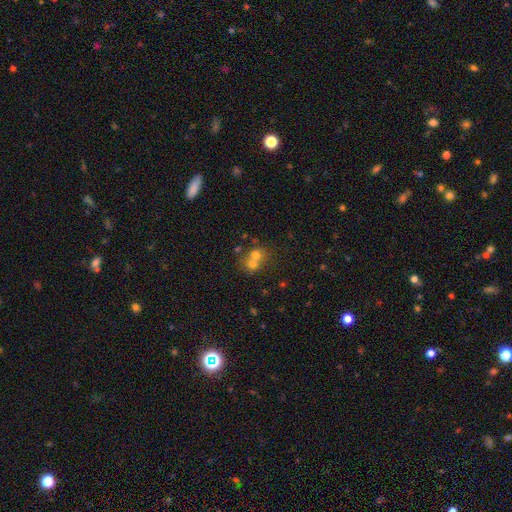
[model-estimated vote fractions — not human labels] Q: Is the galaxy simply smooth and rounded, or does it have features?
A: smooth — 65%.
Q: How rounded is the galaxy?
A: round — 77%.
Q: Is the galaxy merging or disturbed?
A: merger — 62%.